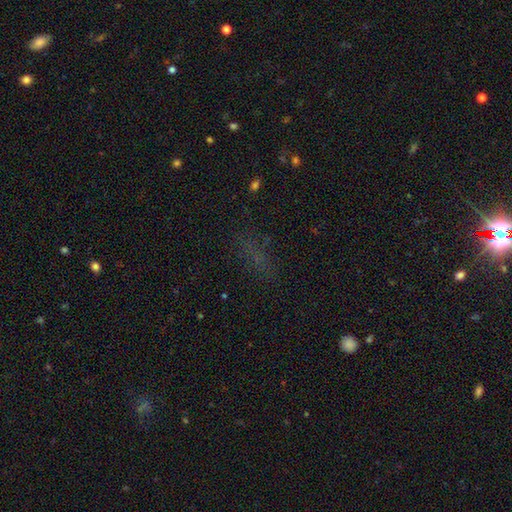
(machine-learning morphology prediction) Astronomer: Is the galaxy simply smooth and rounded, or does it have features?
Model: star or artifact — 44% (runner-up: smooth, 40%).